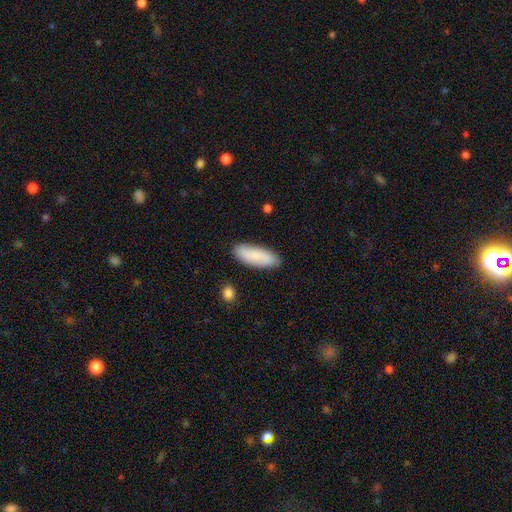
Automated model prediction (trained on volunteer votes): Q: Smooth or featured?
A: smooth (82%); runner-up: featured or disk (11%)
Q: How rounded?
A: in between (67%); runner-up: cigar-shaped (31%)
Q: Merging?
A: none (85%); runner-up: minor disturbance (11%)